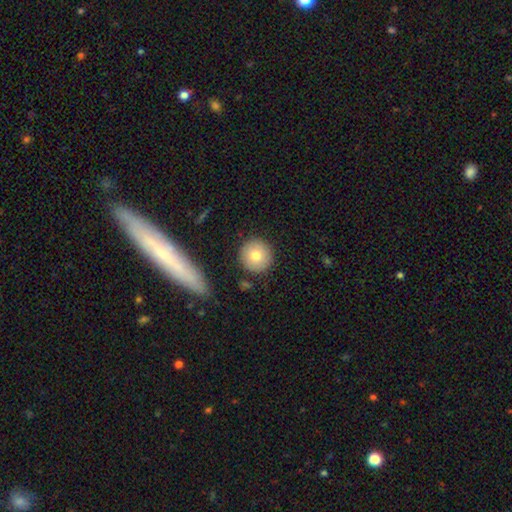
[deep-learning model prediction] A smooth galaxy with no disk features (78%) that is round (94%).

Vote fractions:
- Smooth or featured? smooth: 78% / featured or disk: 13% / star or artifact: 8%
- How rounded? round: 94% / in between: 5% / cigar-shaped: 1%
- Merging? none: 88% / minor disturbance: 8% / merger: 3% / major disturbance: 2%